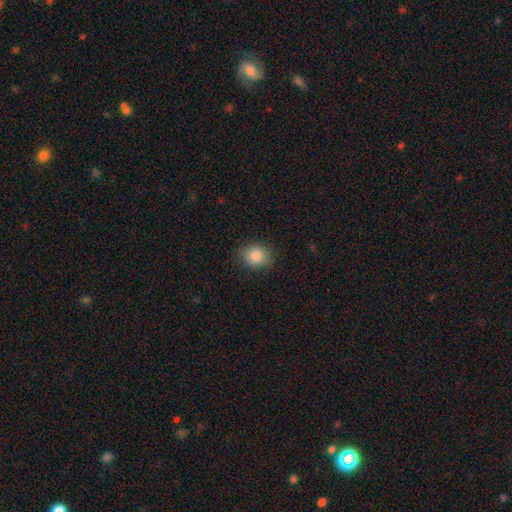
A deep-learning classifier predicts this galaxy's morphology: smooth_or_featured: smooth (p=0.87) [alt: star or artifact p=0.09]
how_rounded: round (p=0.62) [alt: in between p=0.37]
merging: none (p=0.87) [alt: minor disturbance p=0.10]